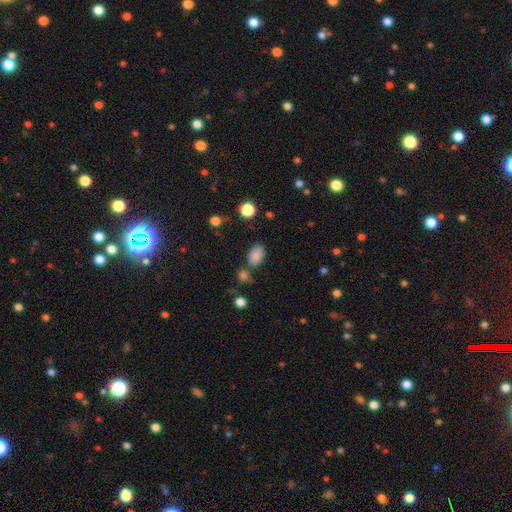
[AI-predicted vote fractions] Smooth or featured?
  - smooth: 84% *
  - star or artifact: 11%
  - featured or disk: 5%
How rounded?
  - in between: 89% *
  - round: 10%
  - cigar-shaped: 1%
Merging?
  - none: 69% *
  - minor disturbance: 14%
  - merger: 12%
  - major disturbance: 4%